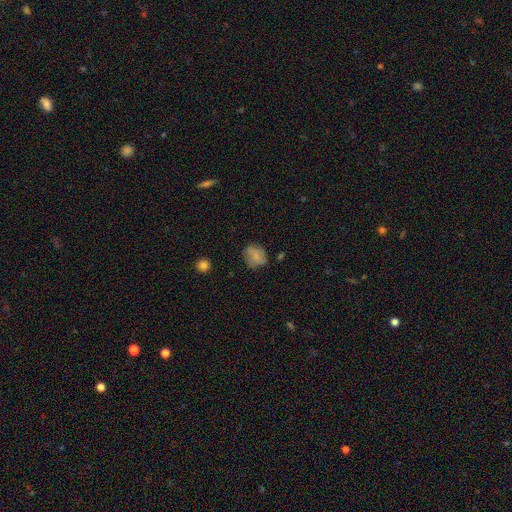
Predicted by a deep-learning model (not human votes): Overall: smooth (73%). How rounded: round (57%; in between 42%). Merging: none (66%).